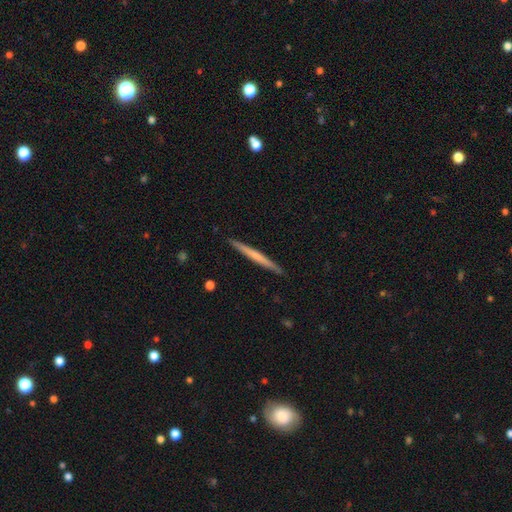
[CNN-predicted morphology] Smooth or featured? Predicted: featured or disk (p=0.50). Edge-on disk? Predicted: yes (p=0.98). Merging? Predicted: none (p=0.92).